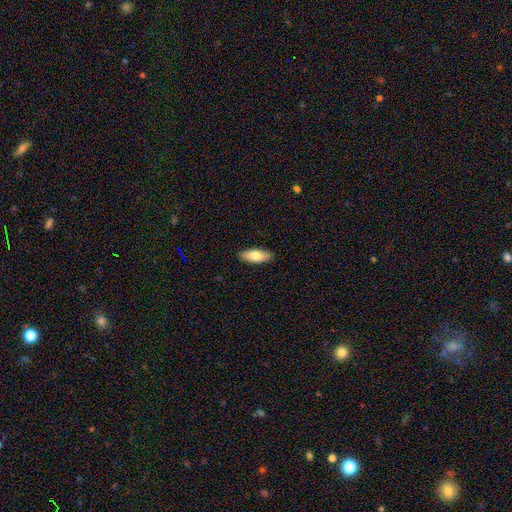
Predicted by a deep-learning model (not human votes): Smooth or featured?
  - smooth: 75% *
  - featured or disk: 20%
  - star or artifact: 6%
How rounded?
  - in between: 73% *
  - cigar-shaped: 25%
  - round: 2%
Merging?
  - none: 89% *
  - minor disturbance: 8%
  - major disturbance: 2%
  - merger: 1%